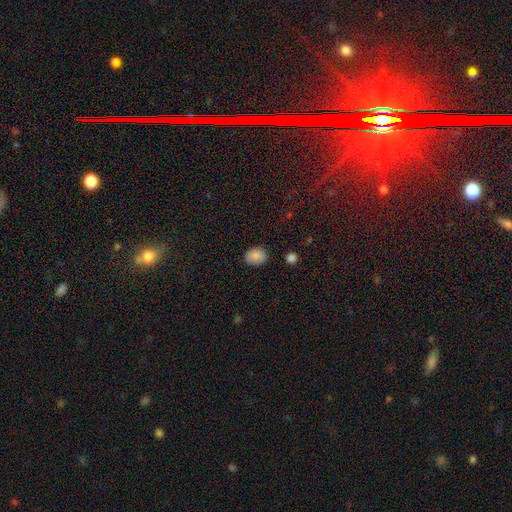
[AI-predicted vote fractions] smooth_or_featured: smooth (p=0.86) [alt: star or artifact p=0.08]
how_rounded: in between (p=0.60) [alt: round p=0.39]
merging: none (p=0.84) [alt: minor disturbance p=0.12]